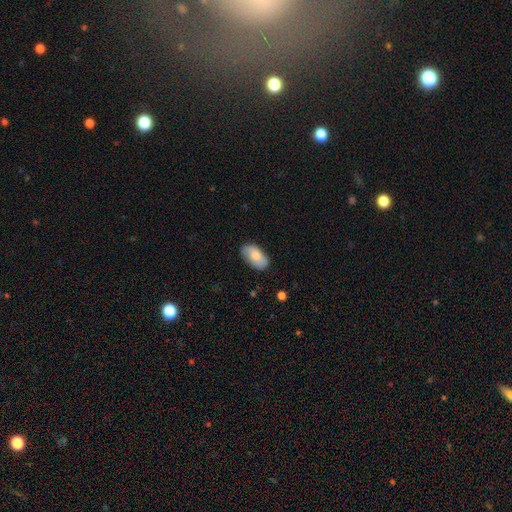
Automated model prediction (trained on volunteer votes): smooth_or_featured: smooth (p=0.74) [alt: featured or disk p=0.20]
how_rounded: in between (p=0.95) [alt: round p=0.04]
merging: none (p=0.79) [alt: minor disturbance p=0.16]